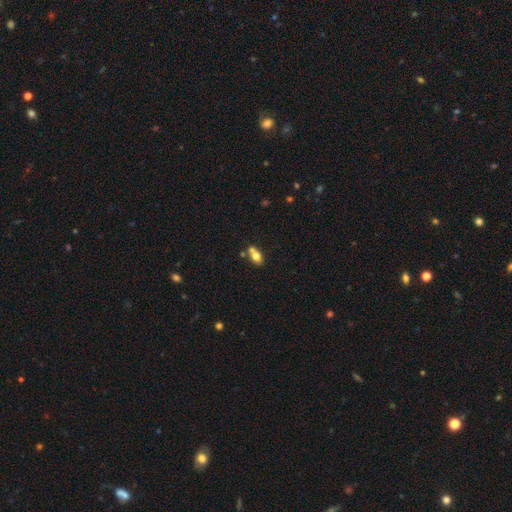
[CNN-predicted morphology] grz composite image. It shows a smooth galaxy with no disk features (74%) that is in between round and cigar-shaped (74%). Merging: merger (44%).